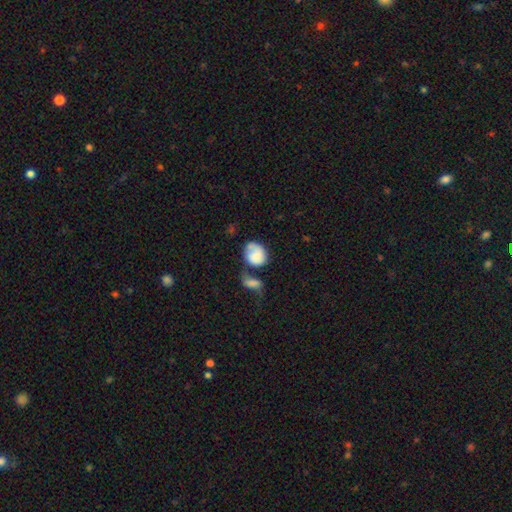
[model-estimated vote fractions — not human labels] Overall: smooth (64%; featured or disk 29%). How rounded: round (56%; in between 43%). Merging: merger (39%; none 25%).